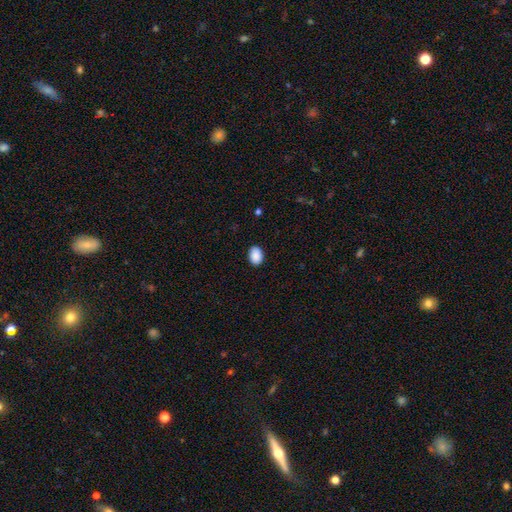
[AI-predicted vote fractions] A smooth galaxy with no disk features (90%) that is in between round and cigar-shaped (82%).

Vote fractions:
- Smooth or featured? smooth: 90% / star or artifact: 7% / featured or disk: 3%
- How rounded? in between: 82% / round: 17% / cigar-shaped: 1%
- Merging? none: 88% / minor disturbance: 9% / major disturbance: 2% / merger: 1%